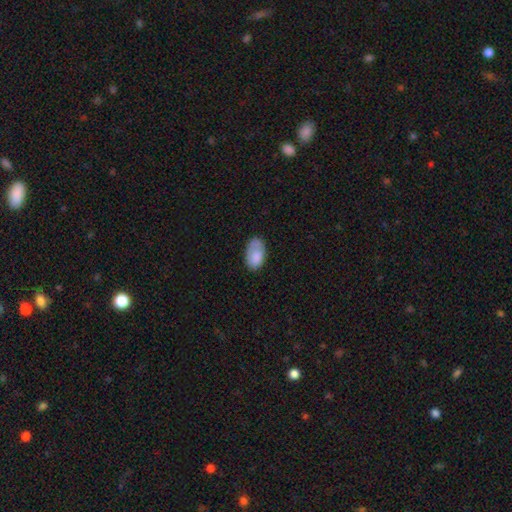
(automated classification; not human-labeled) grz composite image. It shows a smooth galaxy with no disk features (80%) that is in between round and cigar-shaped (93%). Merging: none (59%).